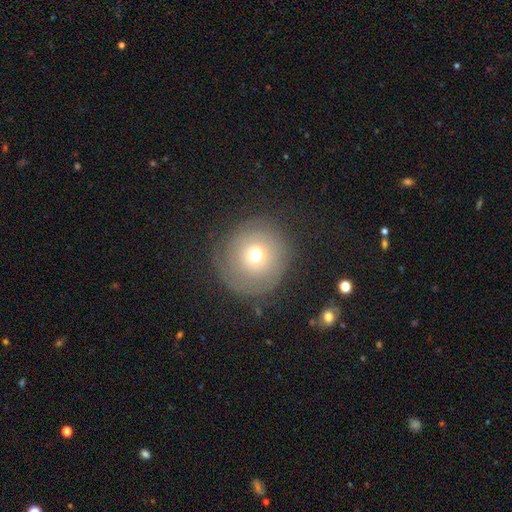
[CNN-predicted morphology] Overall: smooth (58%; featured or disk 29%). How rounded: round (93%). Merging: none (75%).